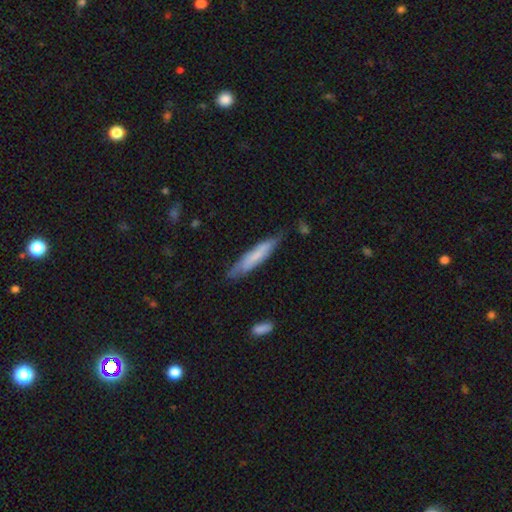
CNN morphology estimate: A smooth galaxy with no disk features (64%) that is cigar-shaped (88%). Merging: none (72%).